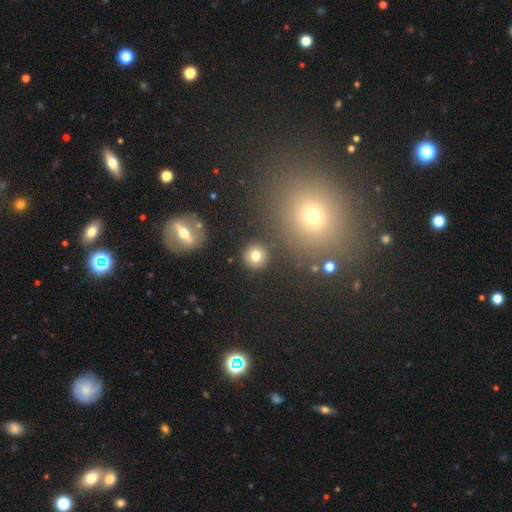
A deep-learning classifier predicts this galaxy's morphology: Smooth or featured? smooth (80%)
How rounded? round (93%)
Merging? none (89%)